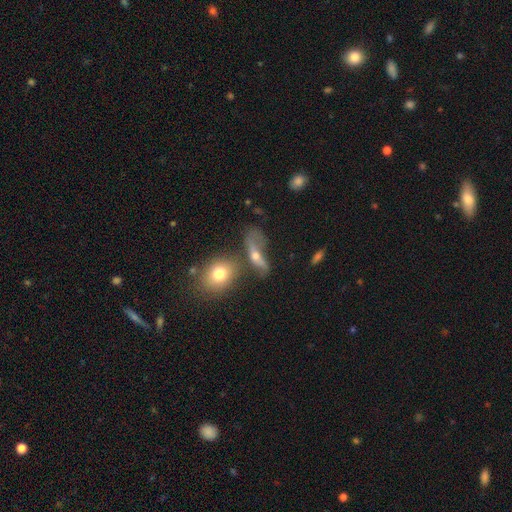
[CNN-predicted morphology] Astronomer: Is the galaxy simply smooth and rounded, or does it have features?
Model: featured or disk — 43%, tied with smooth at 43%.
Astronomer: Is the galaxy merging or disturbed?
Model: none — 35% (runner-up: major disturbance, 25%).